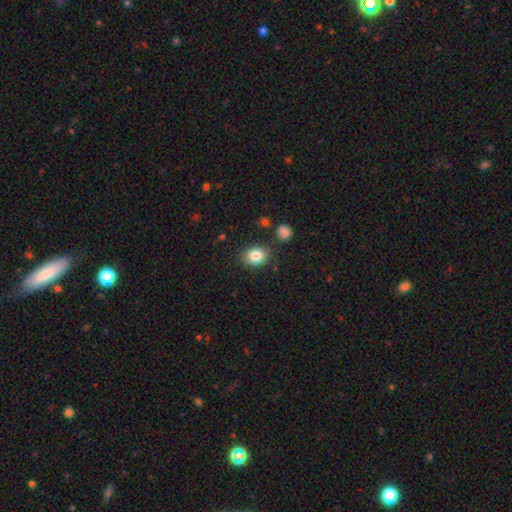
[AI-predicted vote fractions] Smooth or featured? Predicted: smooth (p=0.83). How rounded? Predicted: round (p=0.56). Merging? Predicted: none (p=0.83).